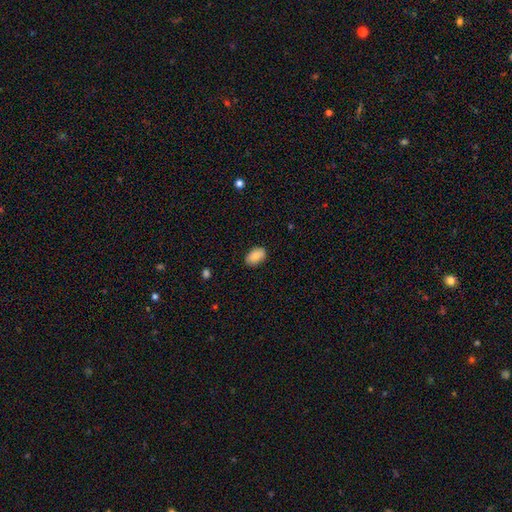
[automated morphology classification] A smooth galaxy with no disk features (87%) that is in between round and cigar-shaped (92%). Merging: none (86%).